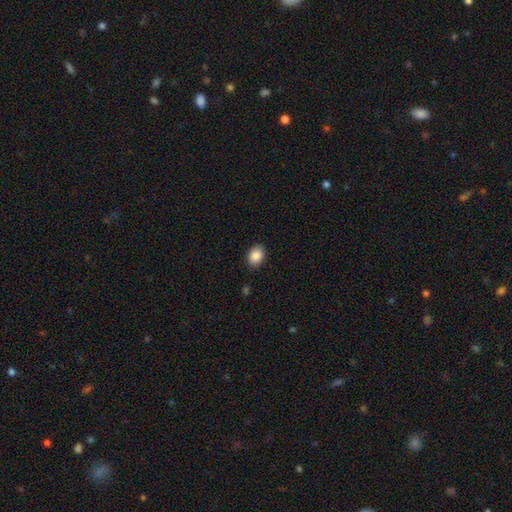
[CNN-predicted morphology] A smooth galaxy with no disk features (88%) that is in between round and cigar-shaped (68%). Merging: none (89%).